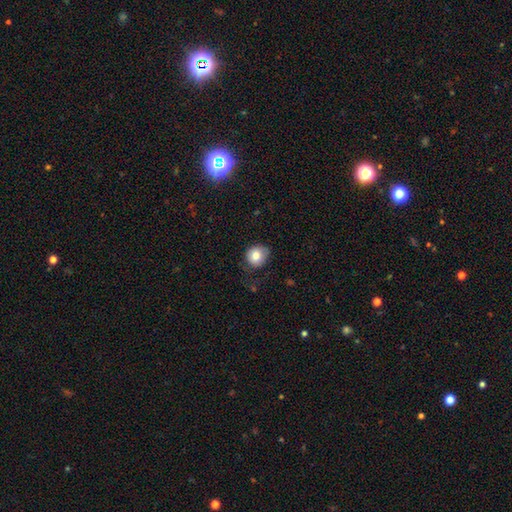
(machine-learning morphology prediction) Smooth or featured? Predicted: smooth (p=0.80). How rounded? Predicted: round (p=0.78). Merging? Predicted: none (p=0.62).